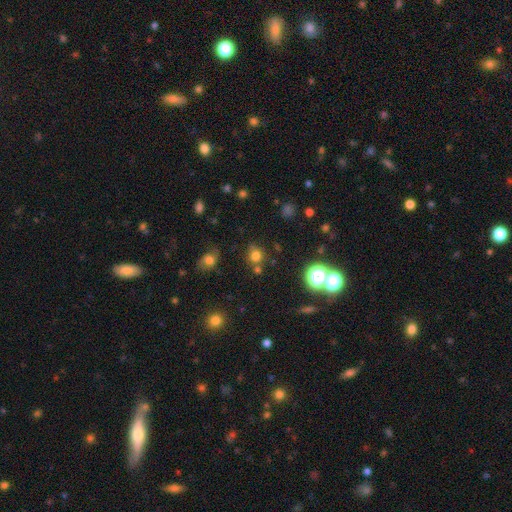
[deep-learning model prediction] A smooth galaxy with no disk features (72%) that is round (81%).

Vote fractions:
- Smooth or featured? smooth: 72% / star or artifact: 21% / featured or disk: 7%
- How rounded? round: 81% / in between: 18% / cigar-shaped: 1%
- Merging? none: 70% / minor disturbance: 14% / merger: 12% / major disturbance: 5%